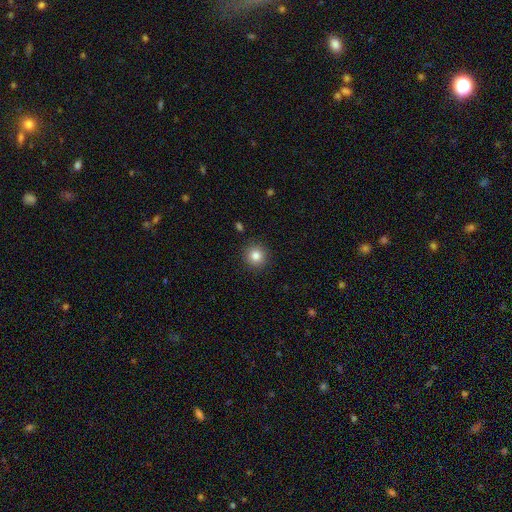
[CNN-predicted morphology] A smooth galaxy with no disk features (83%) that is round (93%).

Vote fractions:
- Smooth or featured? smooth: 83% / star or artifact: 11% / featured or disk: 6%
- How rounded? round: 93% / in between: 6% / cigar-shaped: 1%
- Merging? none: 91% / minor disturbance: 6% / major disturbance: 2% / merger: 1%